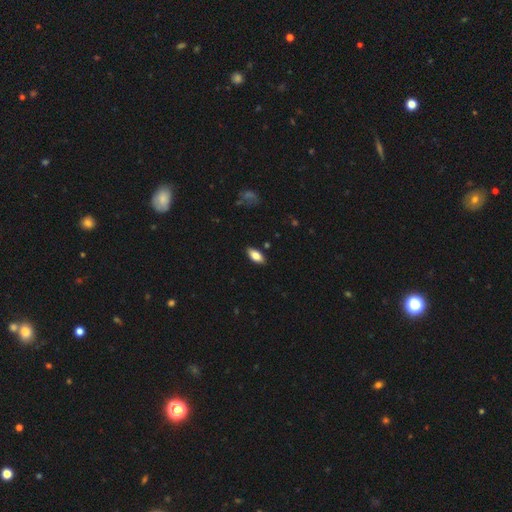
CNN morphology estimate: type=smooth (80%); roundness=in between (87%); merging=none (87%).